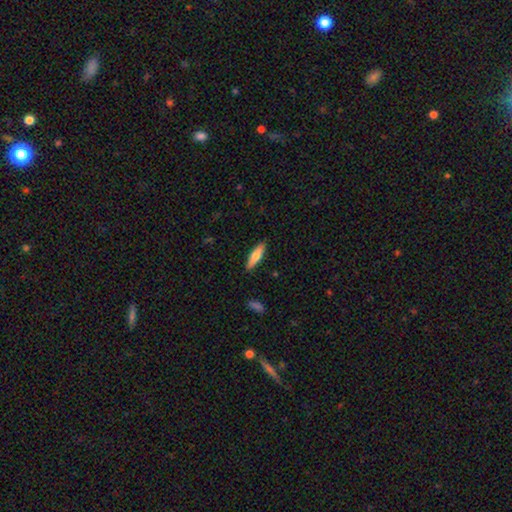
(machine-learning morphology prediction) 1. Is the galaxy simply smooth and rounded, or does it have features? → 64% smooth, 30% featured or disk, 6% star or artifact.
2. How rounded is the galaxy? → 64% cigar-shaped, 34% in between, 2% round.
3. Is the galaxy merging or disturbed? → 89% none, 8% minor disturbance, 2% major disturbance, 1% merger.